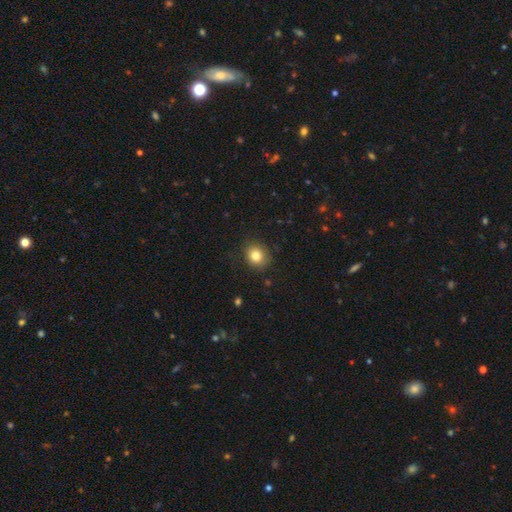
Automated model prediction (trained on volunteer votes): Smooth or featured? Predicted: smooth (p=0.82). How rounded? Predicted: round (p=0.74). Merging? Predicted: none (p=0.83).